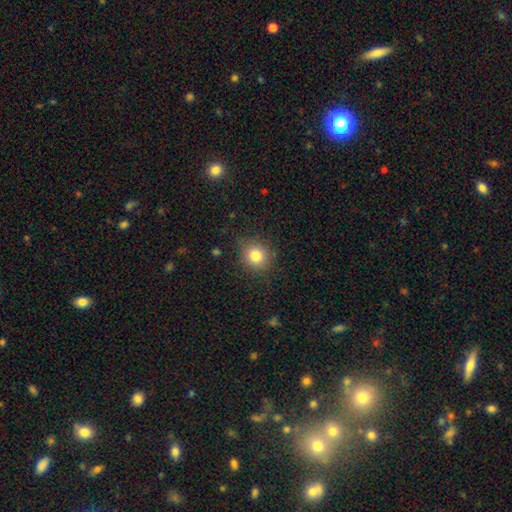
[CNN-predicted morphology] A smooth galaxy with no disk features (81%) that is round (85%).

Vote fractions:
- Smooth or featured? smooth: 81% / star or artifact: 11% / featured or disk: 7%
- How rounded? round: 85% / in between: 14% / cigar-shaped: 1%
- Merging? none: 84% / minor disturbance: 11% / major disturbance: 3% / merger: 1%